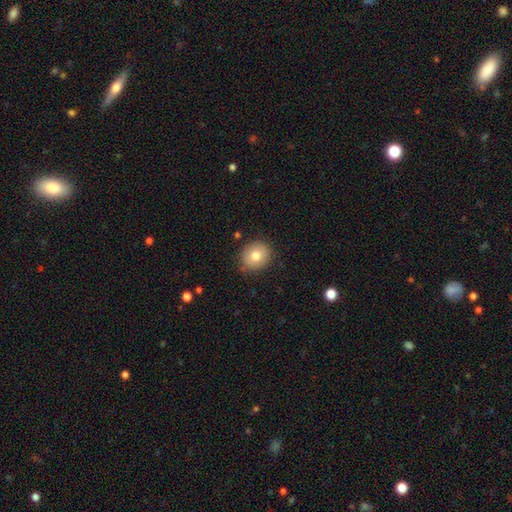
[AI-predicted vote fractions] smooth 79%, featured or disk 12%, star or artifact 9%. Down the decision tree: how rounded — round (74%); merging — none (85%).